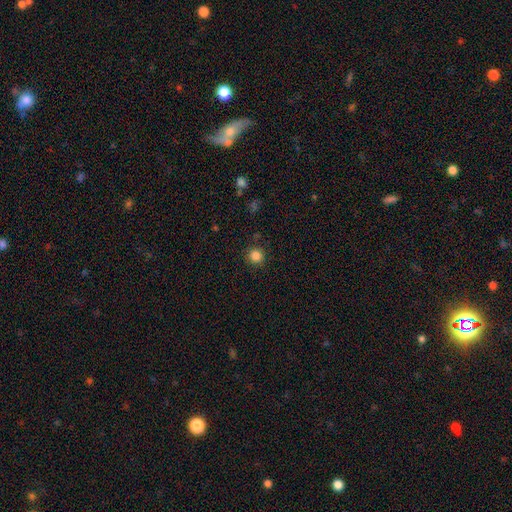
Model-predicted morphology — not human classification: Smooth or featured: smooth — 84% (star or artifact — 12%)
How rounded: round — 94% (in between — 5%)
Merging: none — 90% (minor disturbance — 7%)